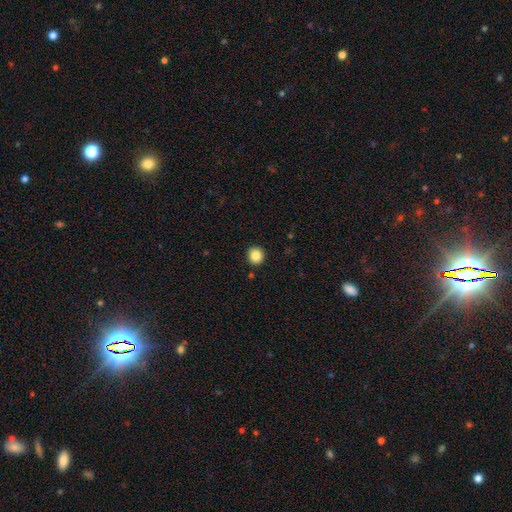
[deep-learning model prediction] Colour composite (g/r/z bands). It shows a smooth galaxy with no disk features (84%) that is round (91%). Merging: none (91%).